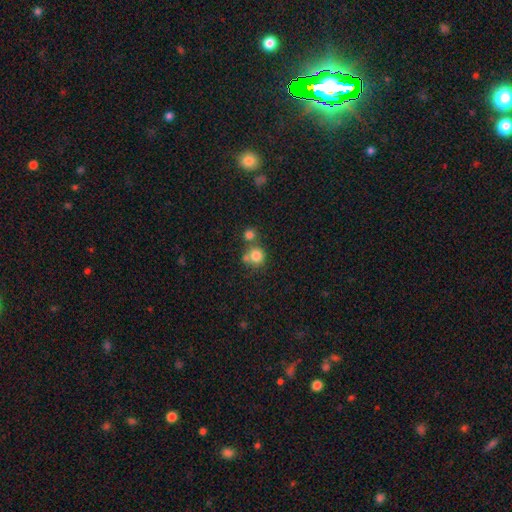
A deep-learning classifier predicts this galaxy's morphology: Smooth or featured? Predicted: smooth (p=0.79). How rounded? Predicted: round (p=0.88). Merging? Predicted: none (p=0.53).